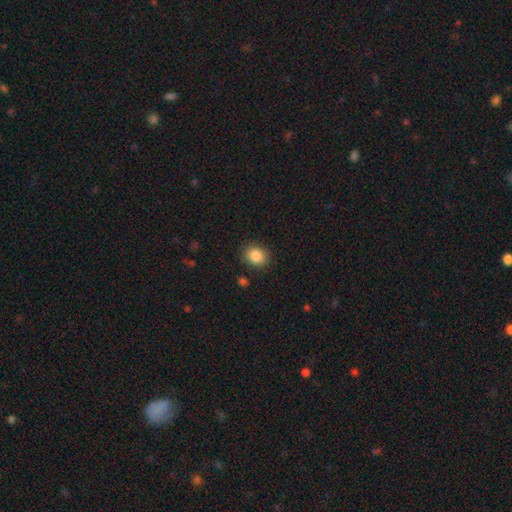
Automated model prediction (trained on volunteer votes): A smooth galaxy with no disk features (87%) that is round (60%). Merging: none (86%).